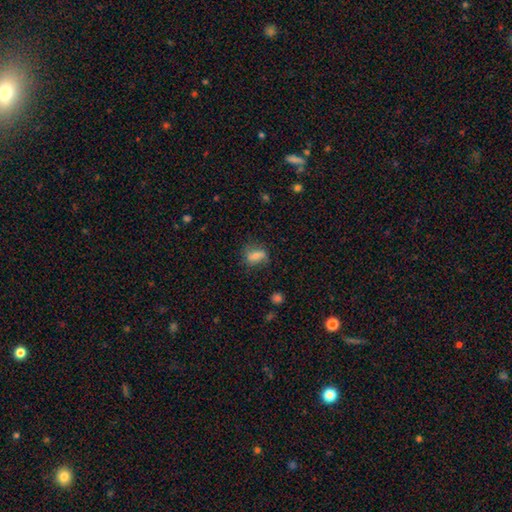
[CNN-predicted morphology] Smooth or featured: smooth — 62% (featured or disk — 27%)
How rounded: in between — 70% (round — 22%)
Merging: none — 64% (minor disturbance — 24%)